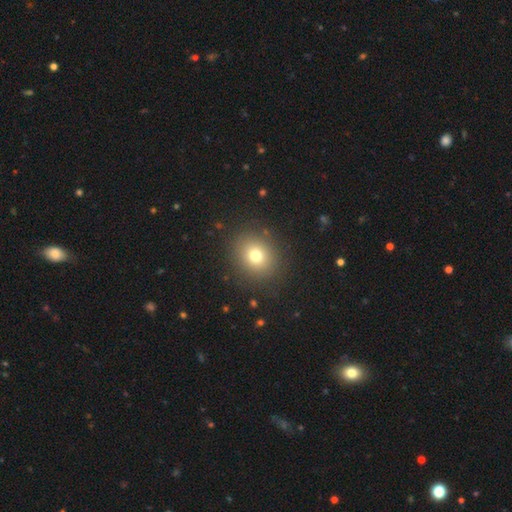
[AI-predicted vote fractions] The model was most divided on "how rounded": round: 73%, in between: 26%, cigar-shaped: 1%. More confident: merging — none (87%); smooth or featured — smooth (75%).